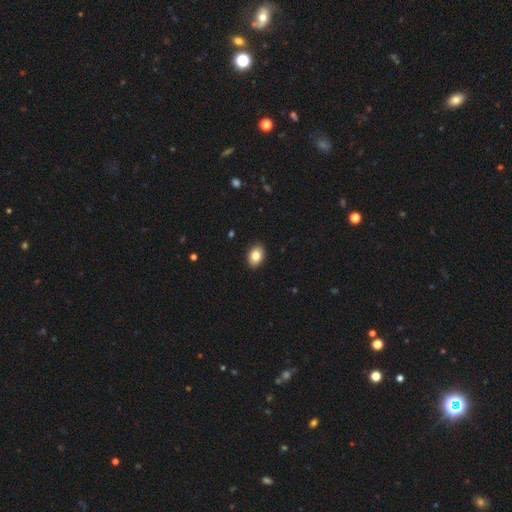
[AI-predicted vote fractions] Q: Smooth or featured?
A: smooth (83%); runner-up: featured or disk (9%)
Q: How rounded?
A: in between (83%); runner-up: round (16%)
Q: Merging?
A: none (90%); runner-up: minor disturbance (7%)